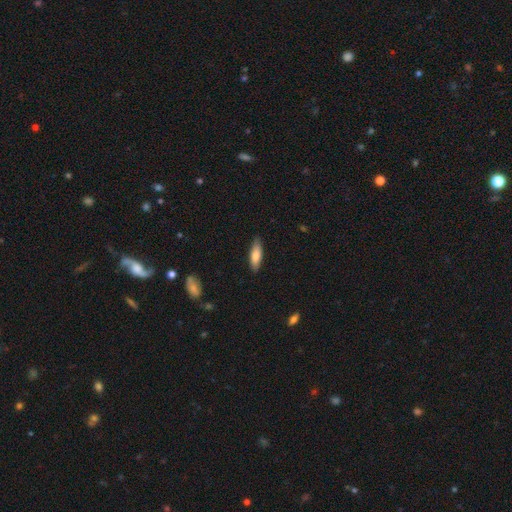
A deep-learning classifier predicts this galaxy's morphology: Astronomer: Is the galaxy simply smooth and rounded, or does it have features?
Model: smooth — 78%.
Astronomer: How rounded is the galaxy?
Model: in between — 50% (runner-up: cigar-shaped, 48%).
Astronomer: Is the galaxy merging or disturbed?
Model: none — 84%.